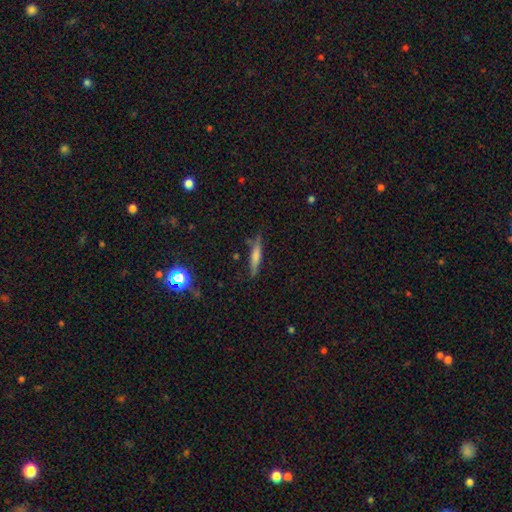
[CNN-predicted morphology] smooth_or_featured: smooth (p=0.55) [alt: featured or disk p=0.35]
how_rounded: cigar-shaped (p=0.88) [alt: in between p=0.10]
merging: none (p=0.82) [alt: minor disturbance p=0.13]